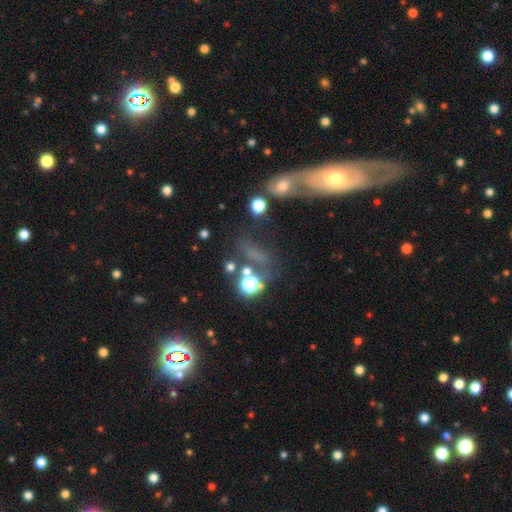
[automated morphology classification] The model was most divided on "merging": none: 39%, merger: 33%, minor disturbance: 15%, major disturbance: 14%. Remaining: smooth or featured — smooth (42%).